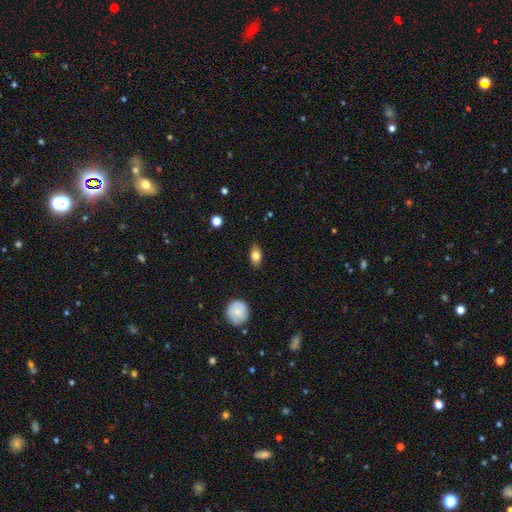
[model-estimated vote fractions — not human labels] Overall: smooth (78%). How rounded: in between (84%). Merging: none (85%).